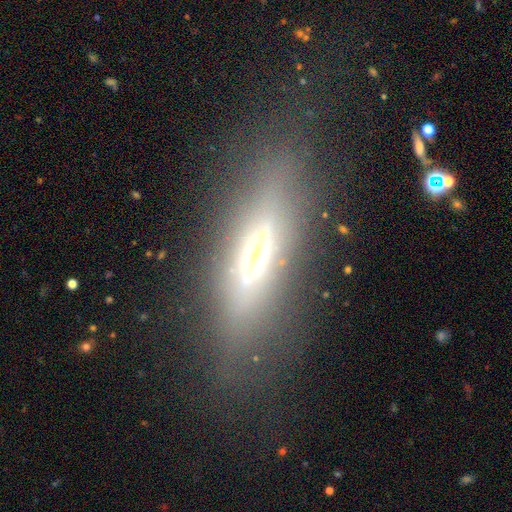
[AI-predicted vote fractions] This appears to be a featured or disk galaxy (54%) viewed edge-on (81%). Merging: none (72%).